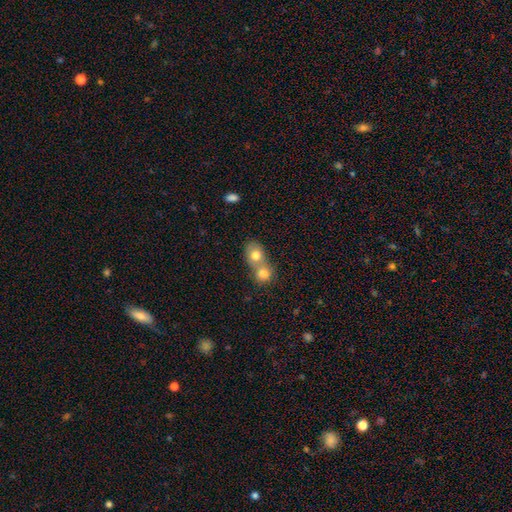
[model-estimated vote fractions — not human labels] The model was most divided on "how rounded": round: 53%, in between: 45%, cigar-shaped: 1%. More confident: smooth or featured — smooth (76%); merging — merger (68%).